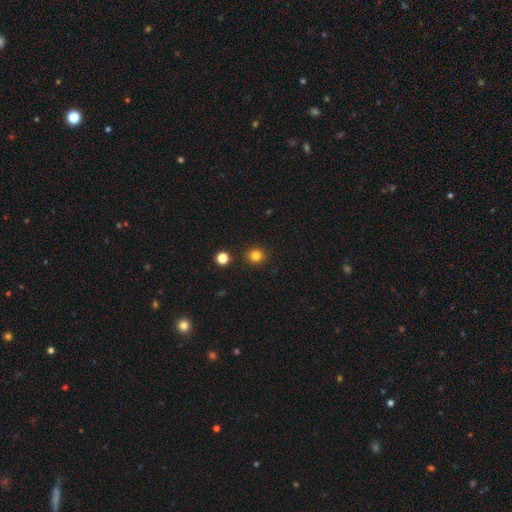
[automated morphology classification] smooth-or-featured: smooth: 81% | star or artifact: 14% | featured or disk: 5%
  how-rounded: round: 91% | in between: 8% | cigar-shaped: 1%
  merging: none: 91% | minor disturbance: 5% | merger: 2% | major disturbance: 2%